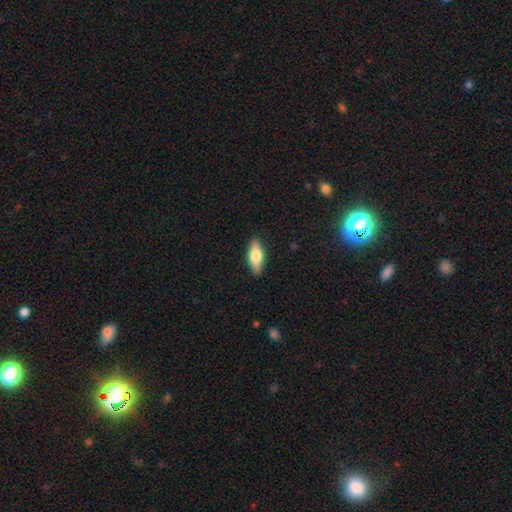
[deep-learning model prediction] This appears to be a smooth galaxy with no disk features (72%) that is in between round and cigar-shaped (75%). Merging: none (88%).